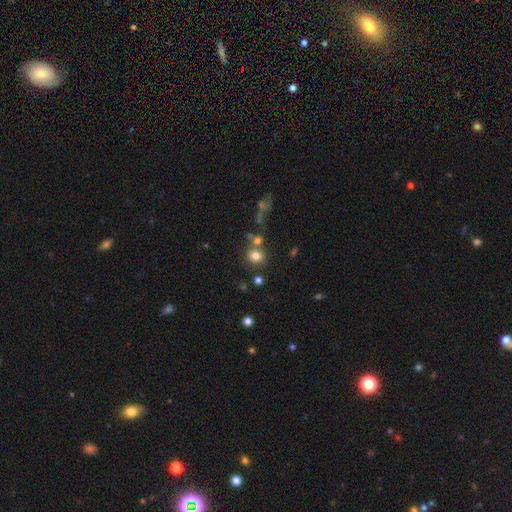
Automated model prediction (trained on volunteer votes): smooth_or_featured: smooth (p=0.77) [alt: star or artifact p=0.14]
how_rounded: round (p=0.76) [alt: in between p=0.23]
merging: none (p=0.66) [alt: merger p=0.18]